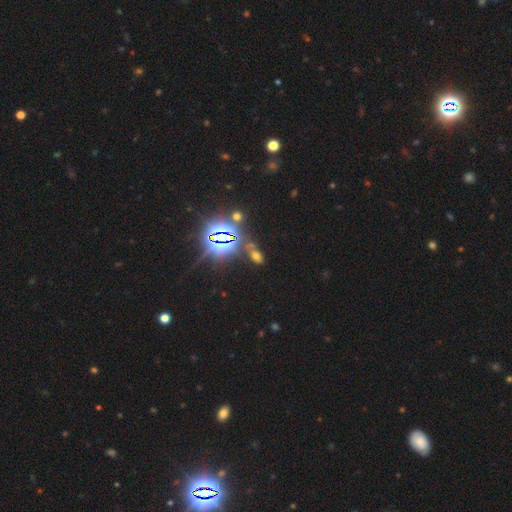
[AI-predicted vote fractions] smooth_or_featured: star or artifact (p=0.51) [alt: smooth p=0.39]